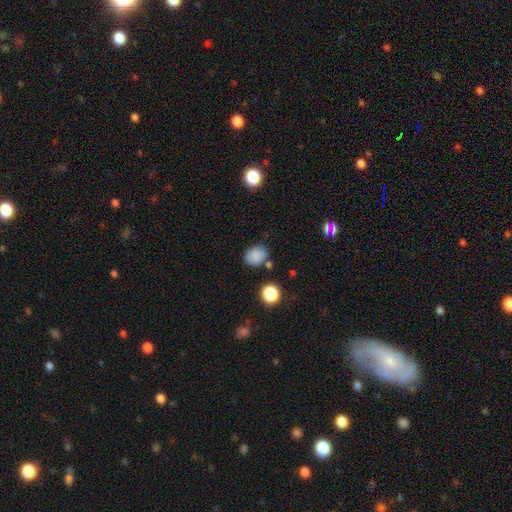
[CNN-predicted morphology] Smooth or featured?
  - smooth: 84% *
  - star or artifact: 11%
  - featured or disk: 6%
How rounded?
  - round: 53% *
  - in between: 46%
  - cigar-shaped: 1%
Merging?
  - none: 77% *
  - minor disturbance: 14%
  - merger: 6%
  - major disturbance: 3%